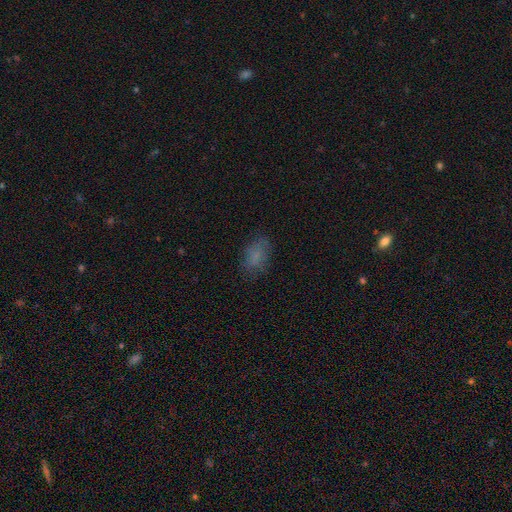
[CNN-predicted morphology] Overall: smooth (75%). How rounded: in between (87%). Merging: none (73%).